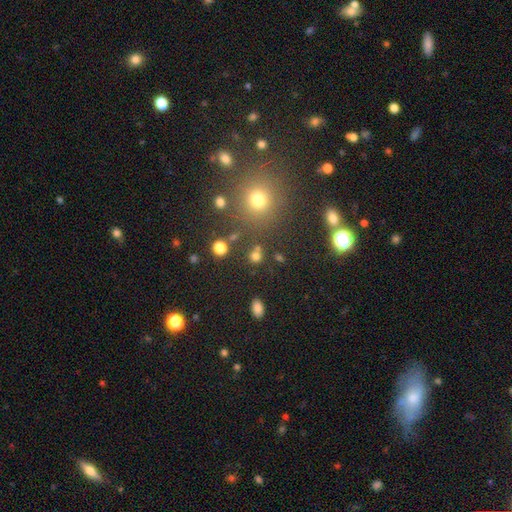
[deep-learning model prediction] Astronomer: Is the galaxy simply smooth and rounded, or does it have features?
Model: smooth — 72%.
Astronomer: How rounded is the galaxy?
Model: round — 82%.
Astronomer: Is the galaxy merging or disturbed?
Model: none — 71%.